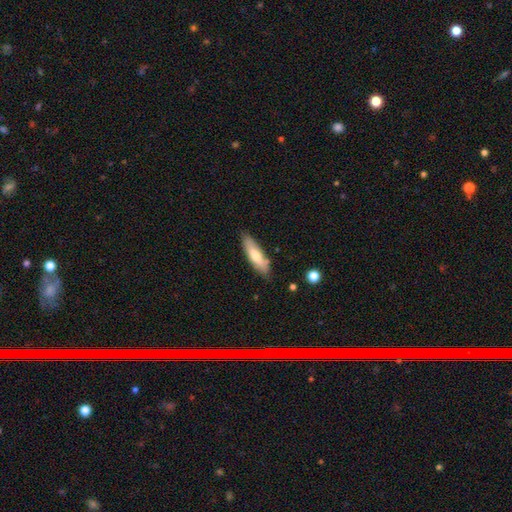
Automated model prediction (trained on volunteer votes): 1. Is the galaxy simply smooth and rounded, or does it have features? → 66% smooth, 28% featured or disk, 6% star or artifact.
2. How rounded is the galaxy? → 58% cigar-shaped, 41% in between, 2% round.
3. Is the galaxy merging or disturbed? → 80% none, 15% minor disturbance, 3% major disturbance, 3% merger.